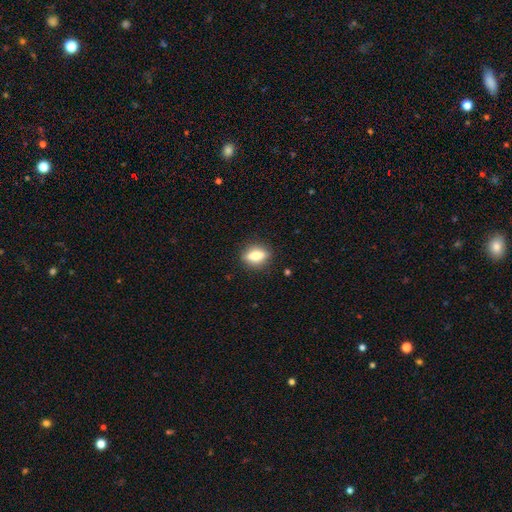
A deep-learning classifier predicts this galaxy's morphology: Smooth or featured: smooth — 66% (featured or disk — 26%)
How rounded: in between — 65% (round — 20%)
Merging: none — 85% (minor disturbance — 10%)